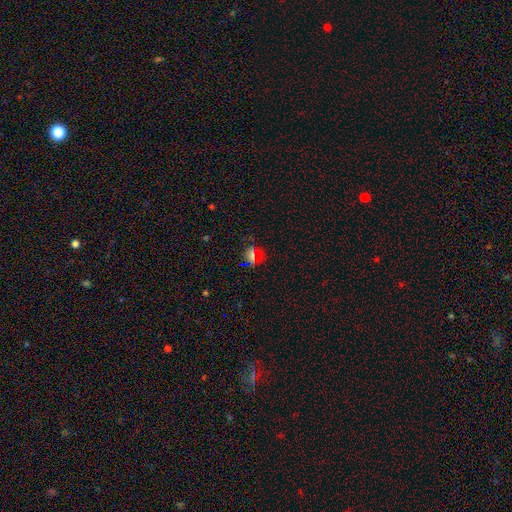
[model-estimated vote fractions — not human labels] smooth-or-featured: smooth: 52% | star or artifact: 39% | featured or disk: 9%
  how-rounded: round: 79% | in between: 17% | cigar-shaped: 3%
  merging: none: 83% | minor disturbance: 10% | major disturbance: 5% | merger: 2%